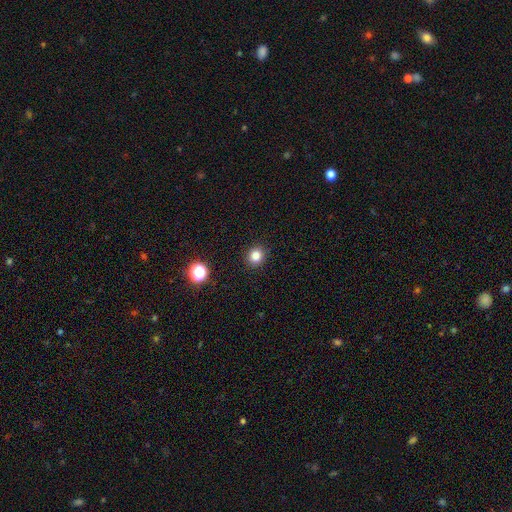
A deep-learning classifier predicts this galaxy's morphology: Smooth or featured: smooth — 82% (star or artifact — 13%)
How rounded: round — 87% (in between — 12%)
Merging: none — 91% (minor disturbance — 6%)